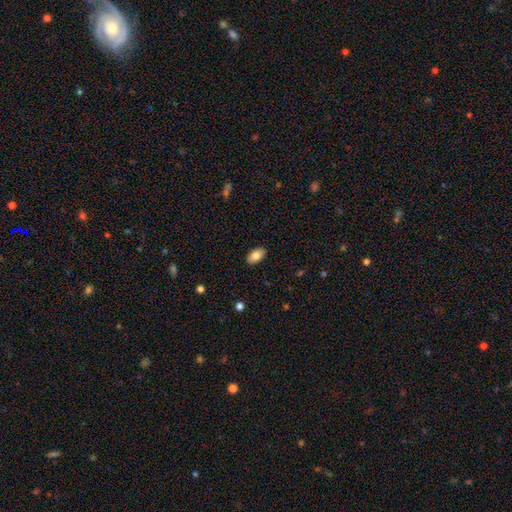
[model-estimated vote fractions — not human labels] smooth-or-featured: smooth: 81% | featured or disk: 12% | star or artifact: 7%
  how-rounded: in between: 93% | round: 5% | cigar-shaped: 2%
  merging: none: 89% | minor disturbance: 9% | major disturbance: 2% | merger: 1%